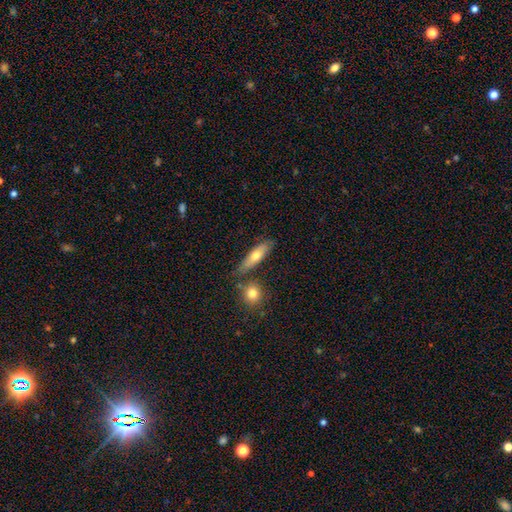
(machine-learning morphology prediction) A smooth galaxy with no disk features (63%) that is cigar-shaped (56%). Merging: none (72%).